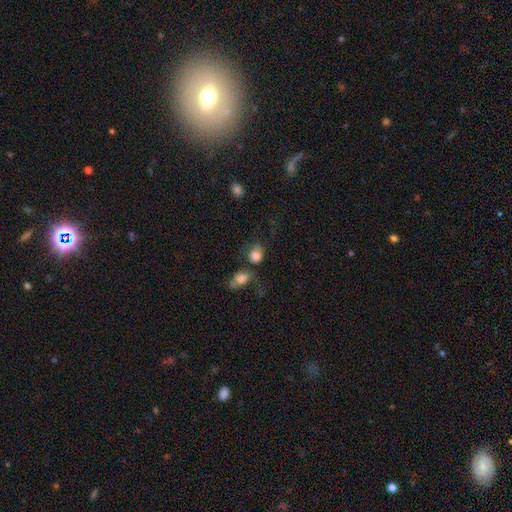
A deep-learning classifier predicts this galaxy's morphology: Smooth or featured? smooth (80%)
How rounded? round (65%)
Merging? none (41%)